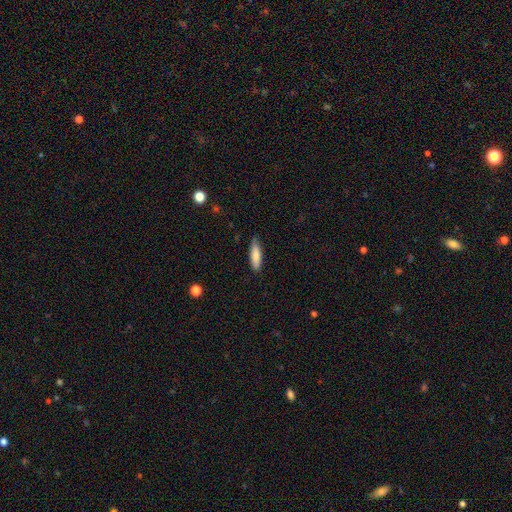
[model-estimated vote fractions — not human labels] A smooth galaxy with no disk features (82%) that is cigar-shaped (62%). Merging: none (83%).